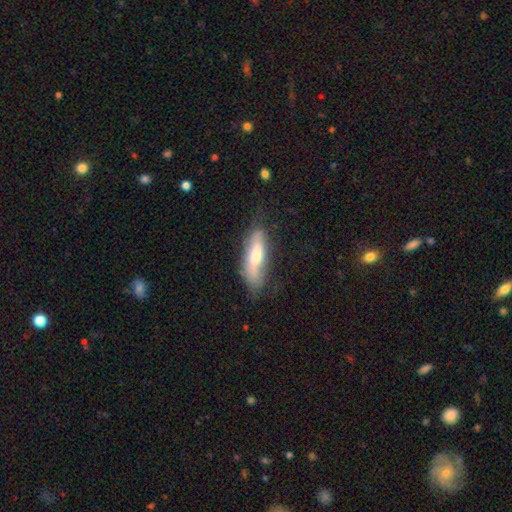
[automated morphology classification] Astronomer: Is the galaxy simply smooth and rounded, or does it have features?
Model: smooth — 61%.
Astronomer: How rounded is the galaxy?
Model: cigar-shaped — 50% (runner-up: in between, 48%).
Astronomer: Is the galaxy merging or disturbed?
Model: none — 56%.